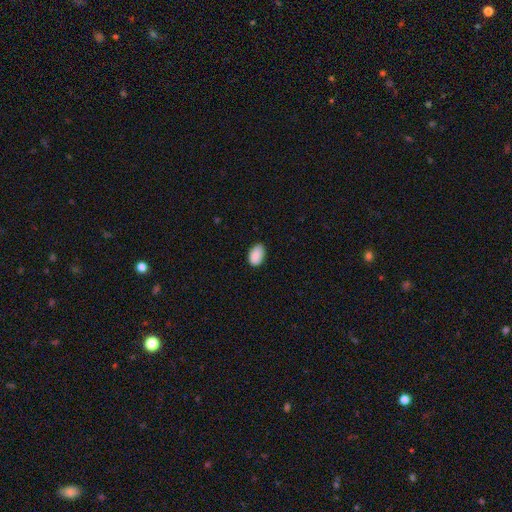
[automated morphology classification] Q: Smooth or featured?
A: smooth (89%); runner-up: star or artifact (7%)
Q: How rounded?
A: in between (91%); runner-up: round (8%)
Q: Merging?
A: none (78%); runner-up: minor disturbance (18%)